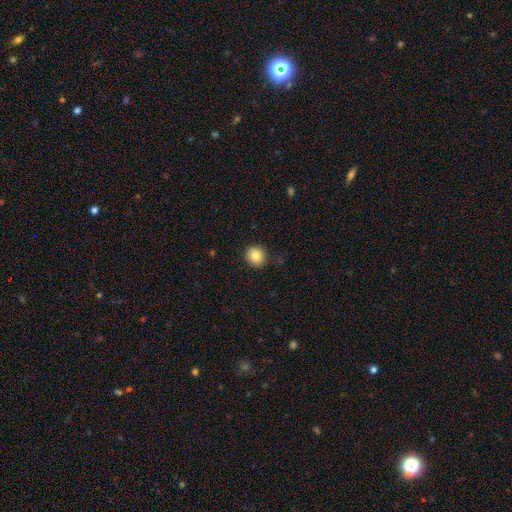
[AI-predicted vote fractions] smooth-or-featured: smooth: 85% | star or artifact: 9% | featured or disk: 5%
  how-rounded: round: 86% | in between: 13% | cigar-shaped: 1%
  merging: none: 89% | minor disturbance: 8% | major disturbance: 2% | merger: 1%